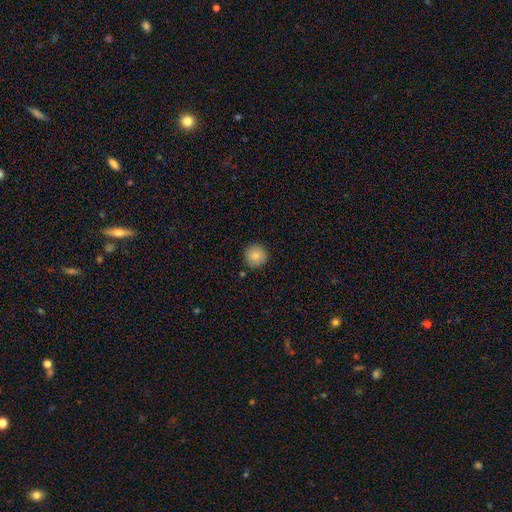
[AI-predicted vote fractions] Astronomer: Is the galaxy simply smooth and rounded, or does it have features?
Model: smooth — 84%.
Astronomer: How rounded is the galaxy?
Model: round — 95%.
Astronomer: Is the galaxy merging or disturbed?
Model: none — 89%.